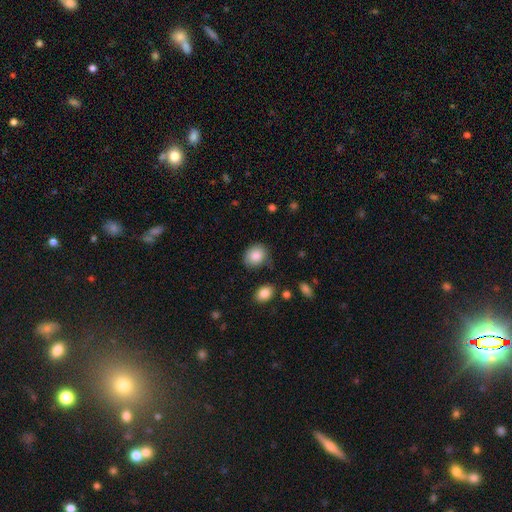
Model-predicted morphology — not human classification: type=smooth (84%); roundness=round (53%); merging=none (68%).